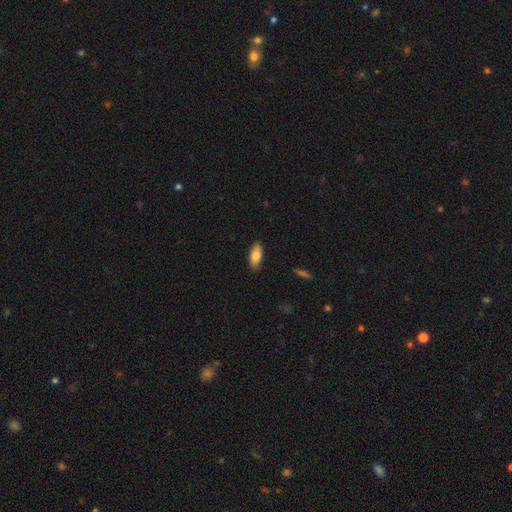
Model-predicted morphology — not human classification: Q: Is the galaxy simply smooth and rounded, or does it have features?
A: smooth — 80%.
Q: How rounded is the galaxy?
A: in between — 84%.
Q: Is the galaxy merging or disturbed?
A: none — 83%.